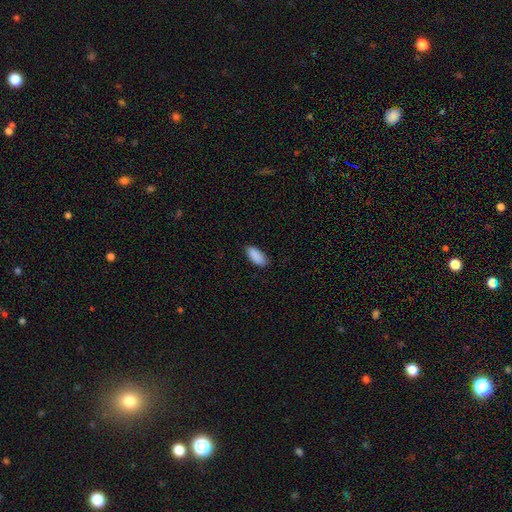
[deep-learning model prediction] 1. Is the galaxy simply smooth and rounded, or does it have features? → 91% smooth, 6% star or artifact, 3% featured or disk.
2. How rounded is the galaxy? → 88% in between, 10% cigar-shaped, 2% round.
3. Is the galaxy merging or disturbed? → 86% none, 11% minor disturbance, 2% major disturbance, 1% merger.